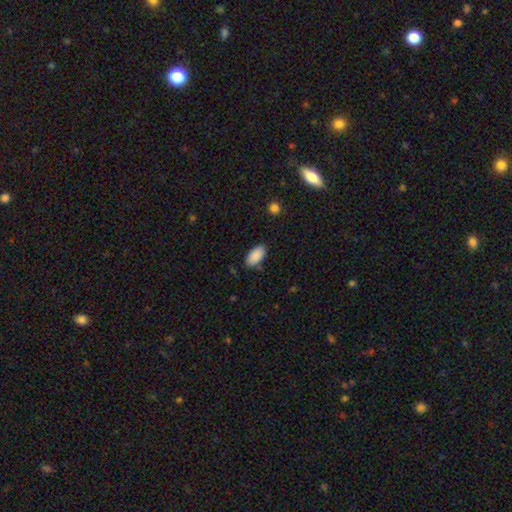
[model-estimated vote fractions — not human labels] Smooth or featured: smooth — 89% (star or artifact — 7%)
How rounded: in between — 94% (cigar-shaped — 3%)
Merging: none — 84% (minor disturbance — 12%)